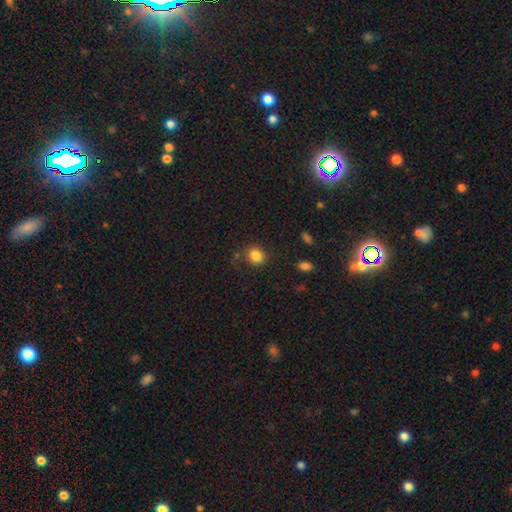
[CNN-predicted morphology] This appears to be a smooth galaxy with no disk features (85%) that is round (70%). Merging: none (78%).